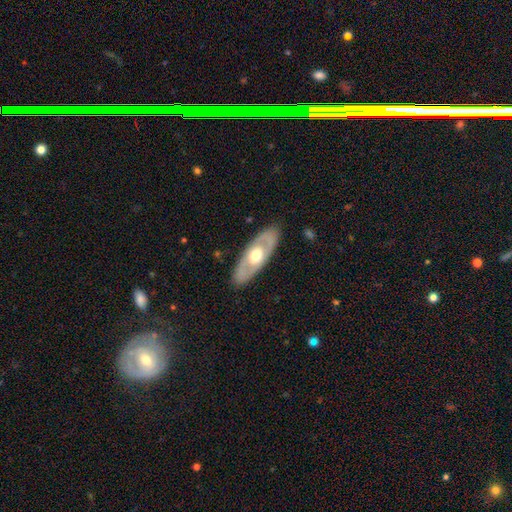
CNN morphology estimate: Smooth or featured? featured or disk (60%)
Edge-on disk? no (75%)
Merging? none (86%)